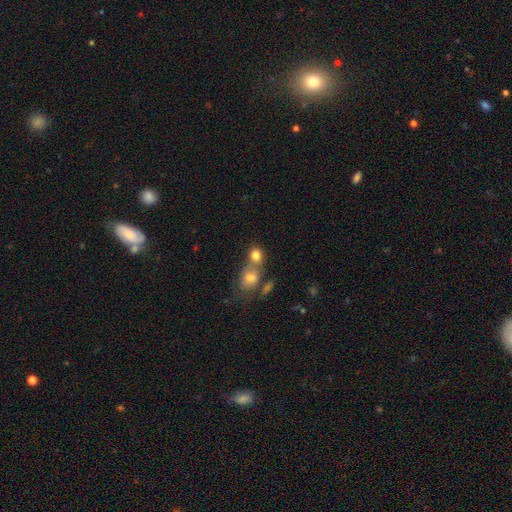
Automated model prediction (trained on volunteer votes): A smooth galaxy with no disk features (80%) that is round (66%).

Vote fractions:
- Smooth or featured? smooth: 80% / star or artifact: 11% / featured or disk: 10%
- How rounded? round: 66% / in between: 33% / cigar-shaped: 2%
- Merging? merger: 50% / none: 38% / minor disturbance: 9% / major disturbance: 4%